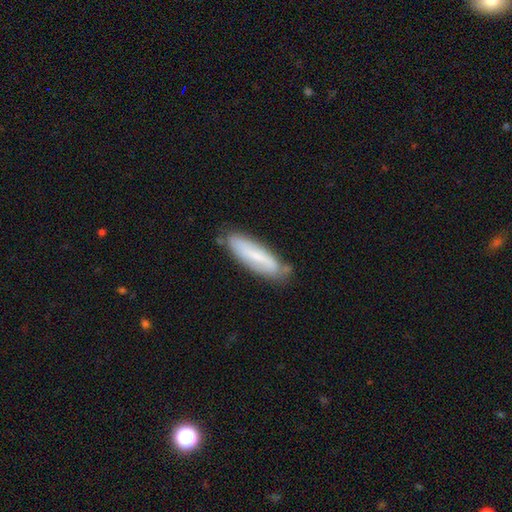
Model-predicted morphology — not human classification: type=smooth (54%); roundness=cigar-shaped (63%); merging=none (72%).